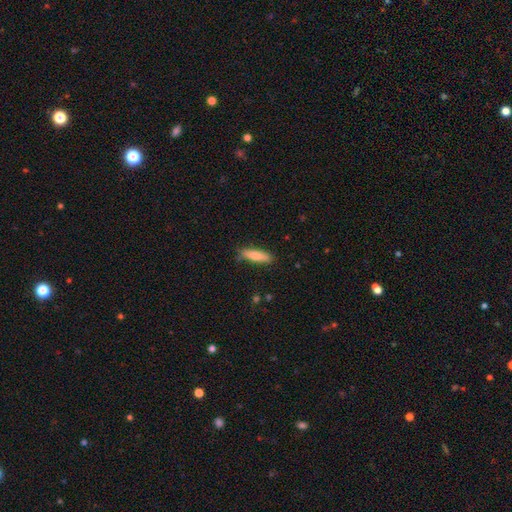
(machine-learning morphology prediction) smooth_or_featured: smooth (p=0.78) [alt: featured or disk p=0.16]
how_rounded: cigar-shaped (p=0.69) [alt: in between p=0.29]
merging: none (p=0.81) [alt: minor disturbance p=0.15]